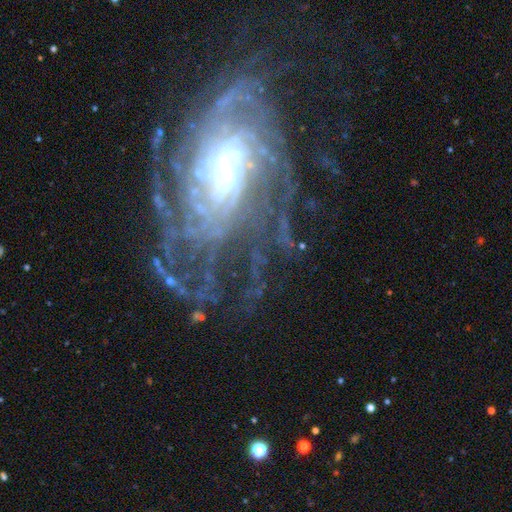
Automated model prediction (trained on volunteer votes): Overall: featured or disk (86%). Edge-on disk: no (96%). Bar: no (47%; weak 34%). Spiral arms: yes (96%). Spiral arm count: more than 4 (29%, tied with can't tell). Spiral winding: tight (66%; medium 26%). Bulge size: small (56%; moderate 26%). Merging: none (66%).